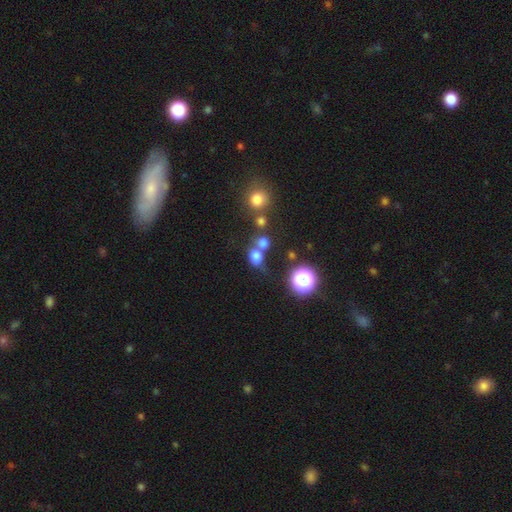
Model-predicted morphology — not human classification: Smooth or featured? Predicted: smooth (p=0.73). How rounded? Predicted: round (p=0.61). Merging? Predicted: none (p=0.44).